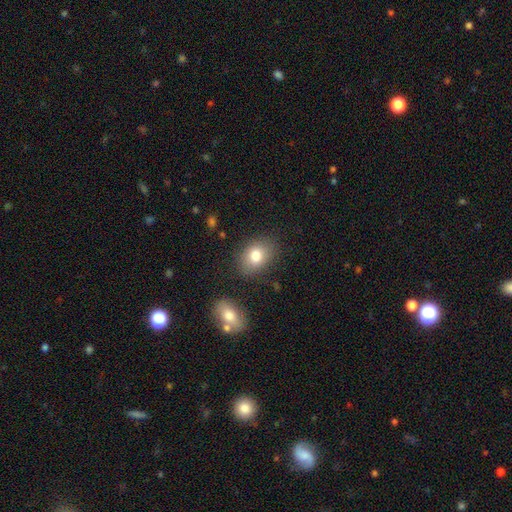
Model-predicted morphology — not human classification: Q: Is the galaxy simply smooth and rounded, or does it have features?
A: smooth — 79%.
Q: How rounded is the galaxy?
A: in between — 72%.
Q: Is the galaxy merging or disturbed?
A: none — 82%.